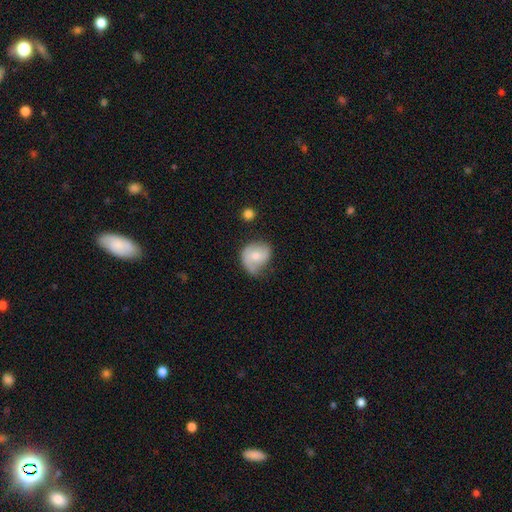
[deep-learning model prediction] The model was most divided on "merging": minor disturbance: 39%, none: 38%, major disturbance: 19%, merger: 4%. More confident: how rounded — round (61%); smooth or featured — smooth (57%).